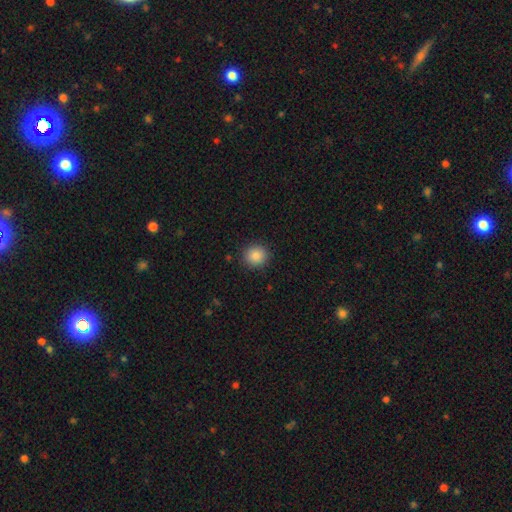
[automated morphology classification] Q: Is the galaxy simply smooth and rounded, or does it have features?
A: smooth — 86%.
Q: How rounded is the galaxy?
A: round — 87%.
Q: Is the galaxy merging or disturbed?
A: none — 90%.